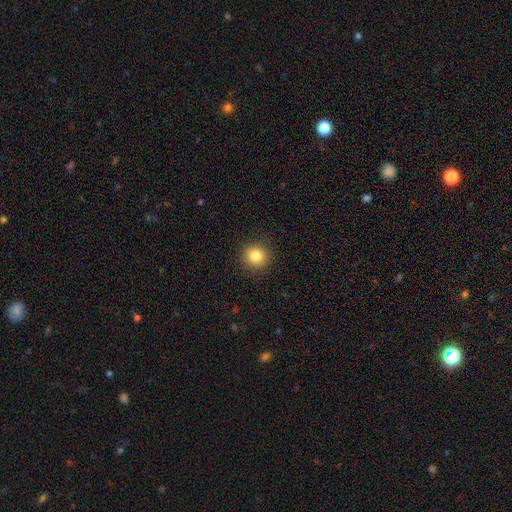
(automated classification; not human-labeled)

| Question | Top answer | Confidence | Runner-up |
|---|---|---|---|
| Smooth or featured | smooth | 83% | star or artifact (11%) |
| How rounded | round | 91% | in between (8%) |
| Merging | none | 90% | minor disturbance (6%) |